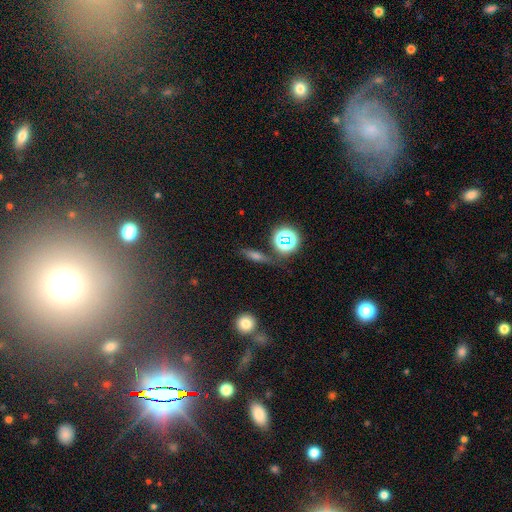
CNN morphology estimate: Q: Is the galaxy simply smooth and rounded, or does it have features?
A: smooth — 48%.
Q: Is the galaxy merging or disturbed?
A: none — 78%.